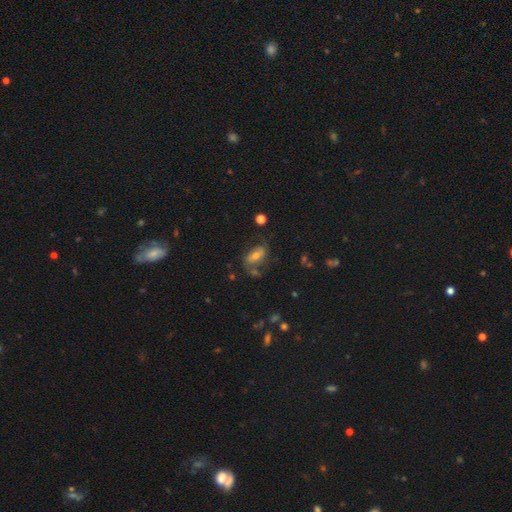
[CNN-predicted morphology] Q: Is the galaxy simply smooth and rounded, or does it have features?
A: featured or disk — 50%.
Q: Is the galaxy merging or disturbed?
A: none — 57%.